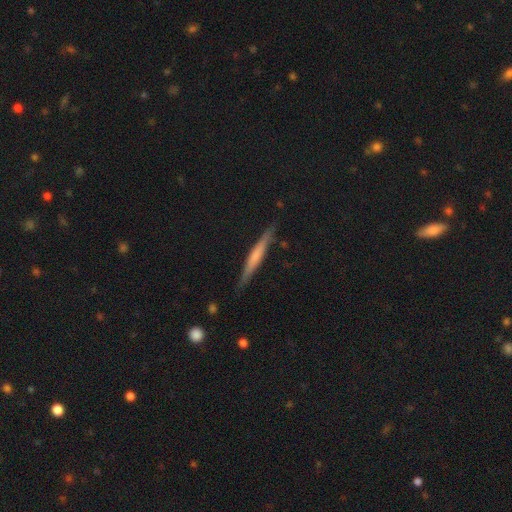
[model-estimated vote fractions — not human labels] This is possibly a featured or disk galaxy (51%). It is clearly viewed edge-on (97%). Merging: clearly none (87%).